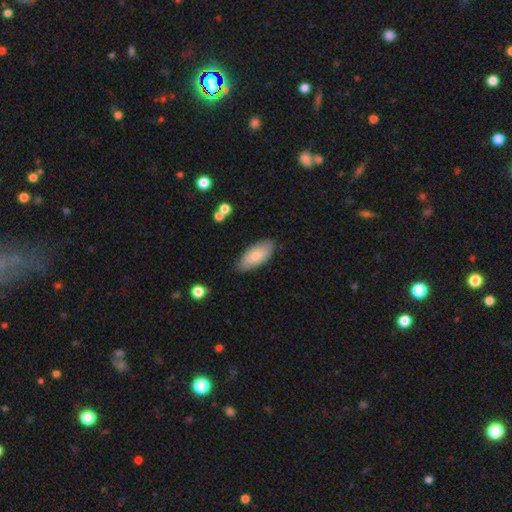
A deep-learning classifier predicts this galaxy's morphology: smooth-or-featured: smooth: 79% | featured or disk: 15% | star or artifact: 6%
  how-rounded: in between: 88% | cigar-shaped: 10% | round: 2%
  merging: none: 81% | minor disturbance: 15% | major disturbance: 3% | merger: 2%